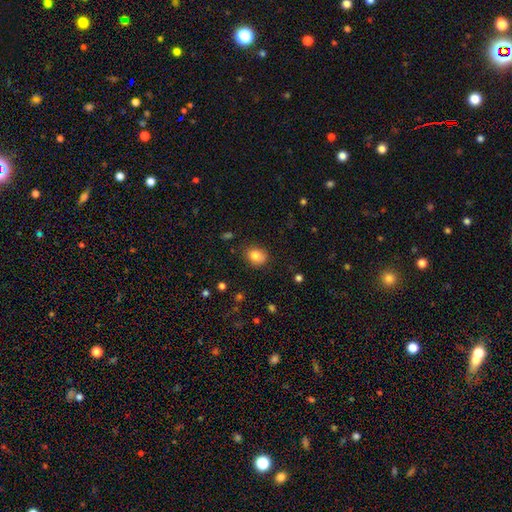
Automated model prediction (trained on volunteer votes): A smooth galaxy with no disk features (82%) that is round (54%).

Vote fractions:
- Smooth or featured? smooth: 82% / star or artifact: 10% / featured or disk: 8%
- How rounded? round: 54% / in between: 45% / cigar-shaped: 1%
- Merging? none: 79% / minor disturbance: 15% / major disturbance: 3% / merger: 2%